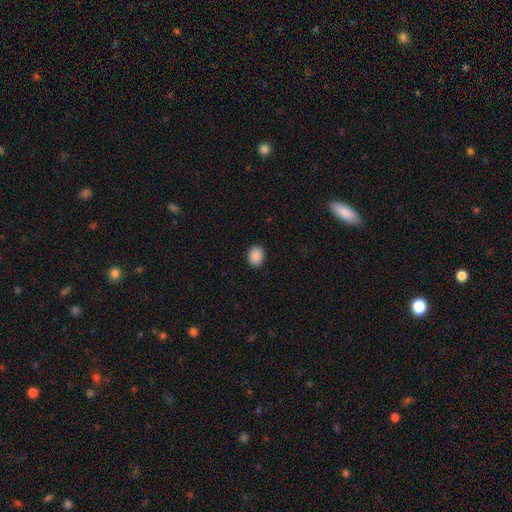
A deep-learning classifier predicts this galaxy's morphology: A smooth galaxy with no disk features (89%) that is in between round and cigar-shaped (54%).

Vote fractions:
- Smooth or featured? smooth: 89% / star or artifact: 8% / featured or disk: 3%
- How rounded? in between: 54% / round: 45% / cigar-shaped: 1%
- Merging? none: 91% / minor disturbance: 6% / major disturbance: 2% / merger: 1%